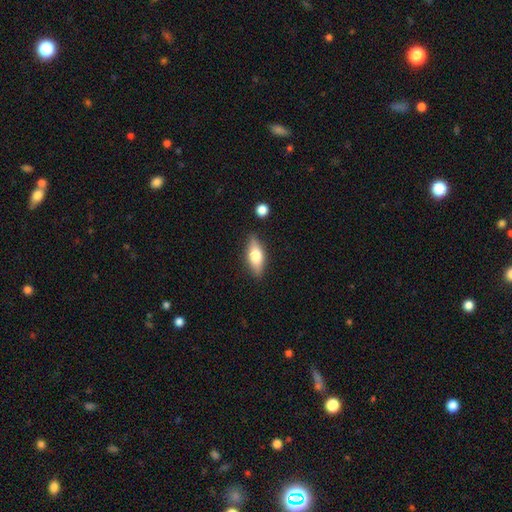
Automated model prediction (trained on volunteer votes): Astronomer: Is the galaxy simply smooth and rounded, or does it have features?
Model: smooth — 64%.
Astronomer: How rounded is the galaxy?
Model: in between — 72%.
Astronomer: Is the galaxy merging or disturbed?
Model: none — 82%.